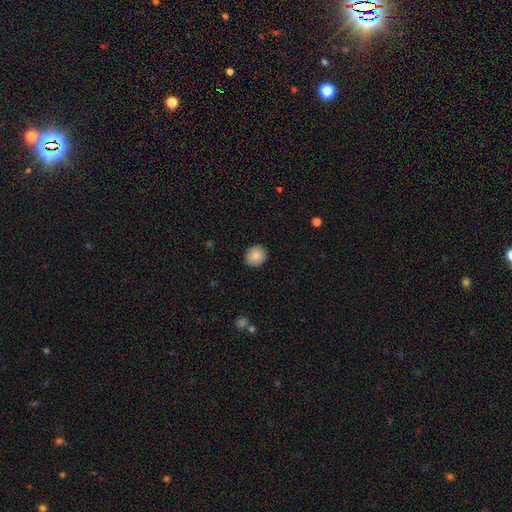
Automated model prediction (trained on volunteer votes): smooth 83%, featured or disk 9%, star or artifact 8%. Down the decision tree: how rounded — round (83%); merging — none (89%).